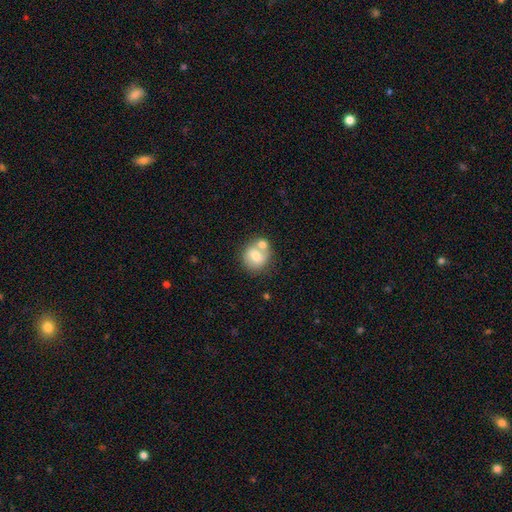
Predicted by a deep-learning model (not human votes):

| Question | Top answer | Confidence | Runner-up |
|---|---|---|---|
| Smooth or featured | smooth | 69% | featured or disk (23%) |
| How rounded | round | 79% | in between (20%) |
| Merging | none | 46% | merger (40%) |